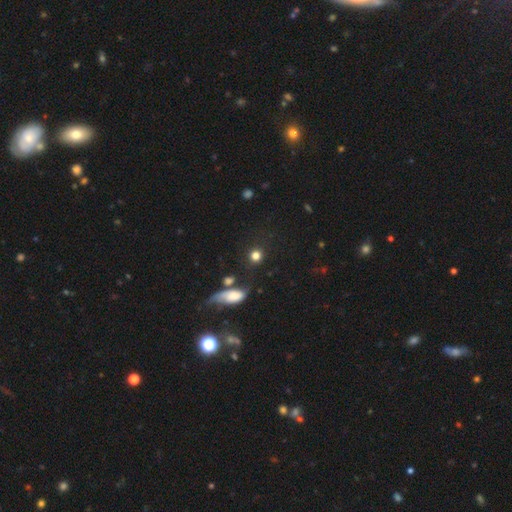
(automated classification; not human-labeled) A smooth galaxy with no disk features (80%) that is round (86%).

Vote fractions:
- Smooth or featured? smooth: 80% / star or artifact: 12% / featured or disk: 8%
- How rounded? round: 86% / in between: 11% / cigar-shaped: 2%
- Merging? none: 73% / minor disturbance: 10% / merger: 10% / major disturbance: 6%